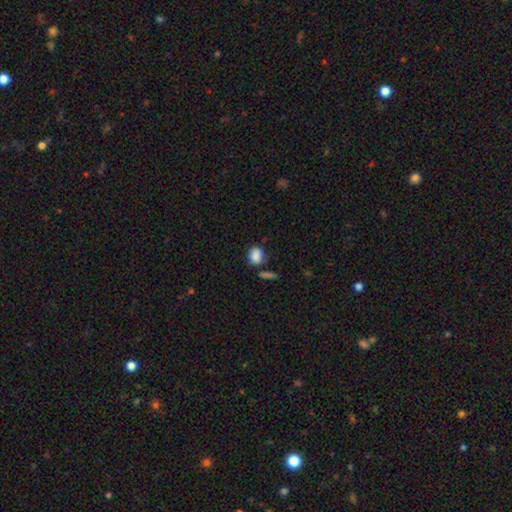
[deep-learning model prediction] Smooth or featured?
  - smooth: 86% *
  - star or artifact: 9%
  - featured or disk: 5%
How rounded?
  - in between: 52% *
  - round: 47%
  - cigar-shaped: 2%
Merging?
  - none: 64% *
  - minor disturbance: 20%
  - merger: 11%
  - major disturbance: 5%